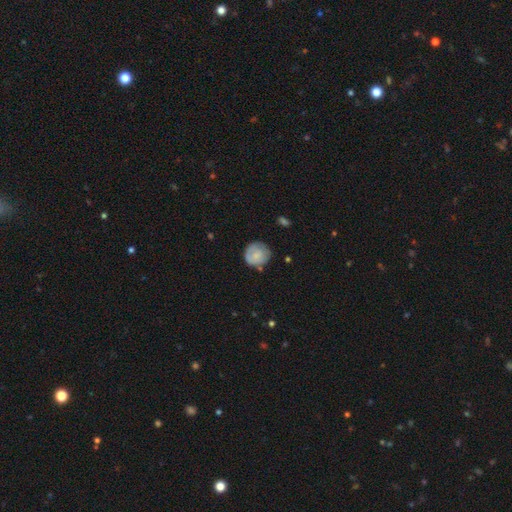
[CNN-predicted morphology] Smooth or featured?
  - smooth: 66% *
  - featured or disk: 27%
  - star or artifact: 7%
How rounded?
  - round: 87% *
  - in between: 12%
  - cigar-shaped: 1%
Merging?
  - none: 69% *
  - minor disturbance: 22%
  - major disturbance: 6%
  - merger: 3%